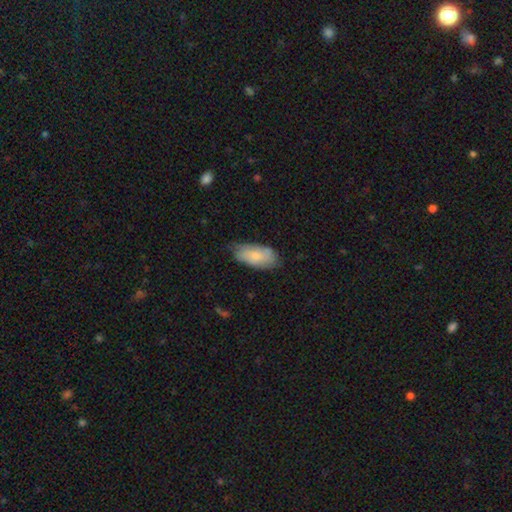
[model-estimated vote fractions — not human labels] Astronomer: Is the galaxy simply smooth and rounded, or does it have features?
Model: smooth — 71%.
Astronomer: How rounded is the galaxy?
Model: in between — 91%.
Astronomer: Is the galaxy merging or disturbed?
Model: none — 61%.